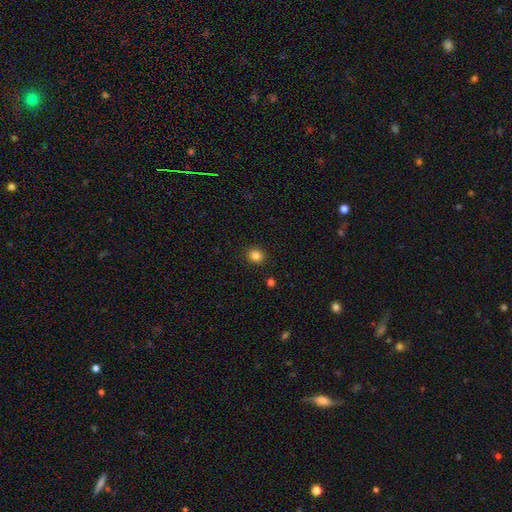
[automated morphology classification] Smooth or featured? smooth (84%)
How rounded? round (78%)
Merging? none (91%)